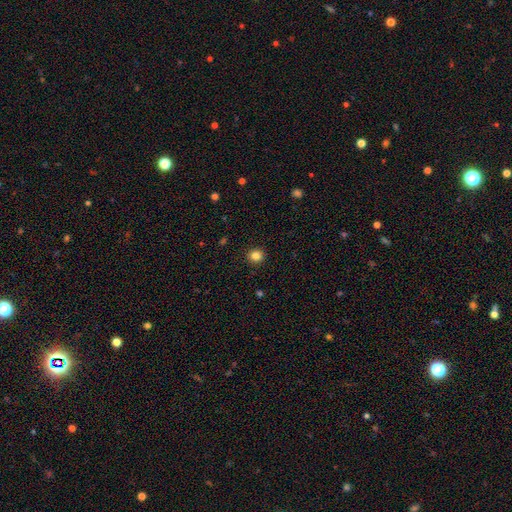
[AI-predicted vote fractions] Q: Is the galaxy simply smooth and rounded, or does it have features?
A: smooth — 84%.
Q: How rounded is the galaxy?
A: round — 89%.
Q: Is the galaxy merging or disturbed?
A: none — 92%.